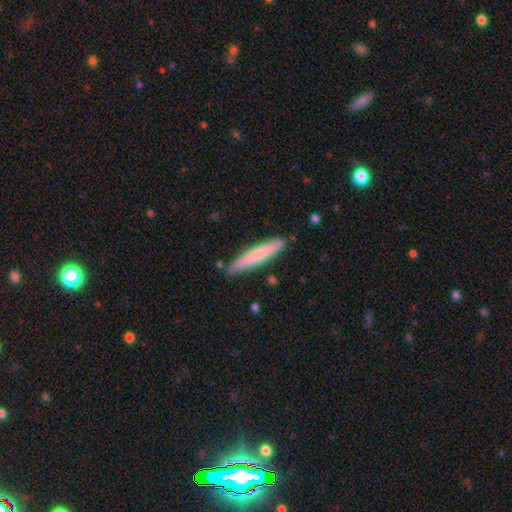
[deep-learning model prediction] smooth 71%, featured or disk 24%, star or artifact 5%. Down the decision tree: how rounded — cigar-shaped (91%); merging — none (84%).